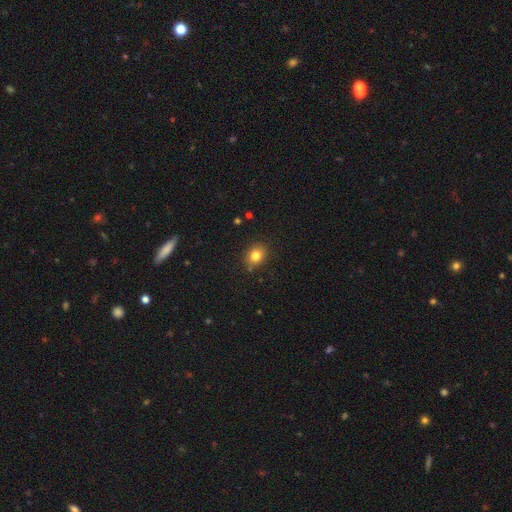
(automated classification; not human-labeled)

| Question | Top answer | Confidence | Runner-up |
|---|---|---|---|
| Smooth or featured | smooth | 82% | star or artifact (12%) |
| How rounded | round | 61% | in between (38%) |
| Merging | none | 83% | minor disturbance (12%) |